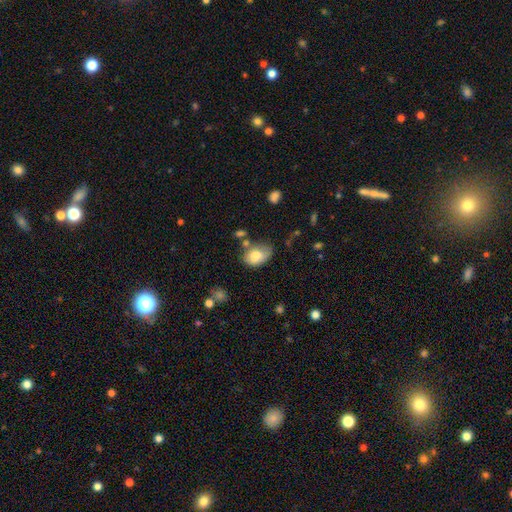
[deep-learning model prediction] Overall: smooth (75%). How rounded: in between (82%). Merging: none (48%; minor disturbance 31%).